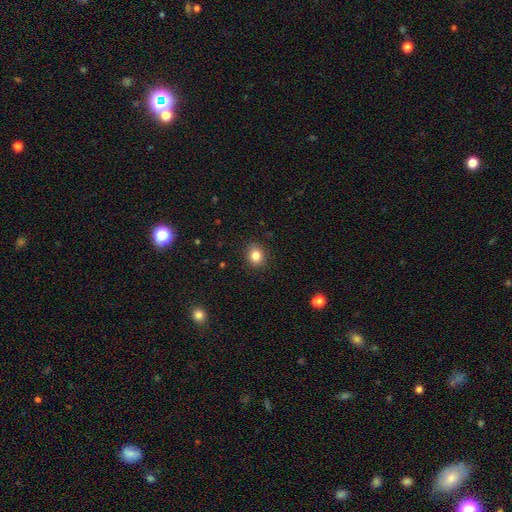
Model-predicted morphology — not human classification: type=smooth (83%); roundness=round (68%); merging=none (90%).